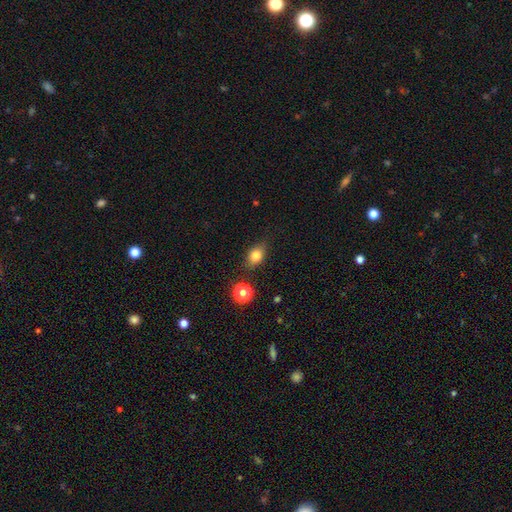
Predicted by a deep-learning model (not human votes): smooth 80%, star or artifact 11%, featured or disk 9%. Down the decision tree: how rounded — in between (67%); merging — none (80%).